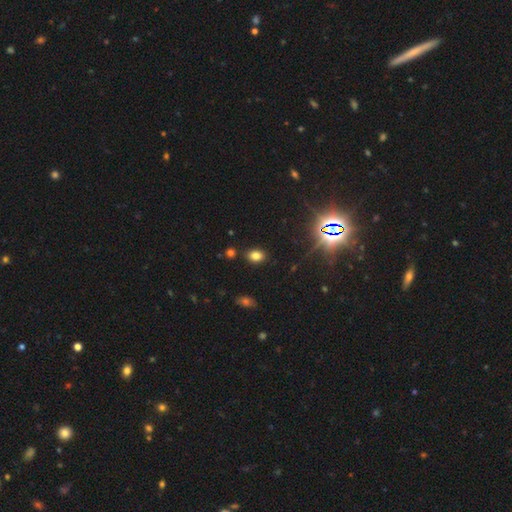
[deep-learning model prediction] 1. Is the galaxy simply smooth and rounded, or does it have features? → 76% smooth, 17% star or artifact, 7% featured or disk.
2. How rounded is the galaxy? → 77% in between, 22% round, 1% cigar-shaped.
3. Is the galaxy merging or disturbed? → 84% none, 9% minor disturbance, 4% merger, 3% major disturbance.